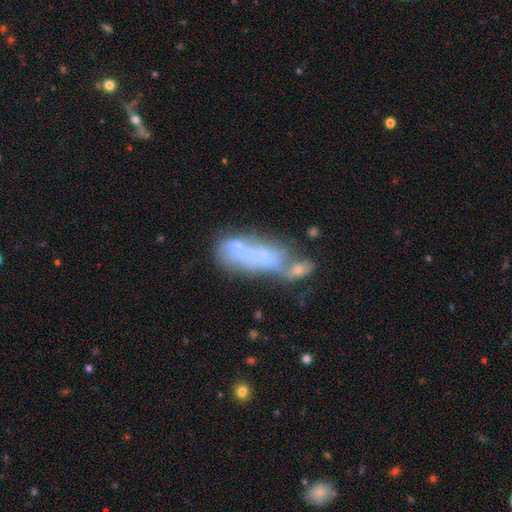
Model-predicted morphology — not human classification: Overall: featured or disk (48%; smooth 40%). Merging: merger (54%; none 19%).